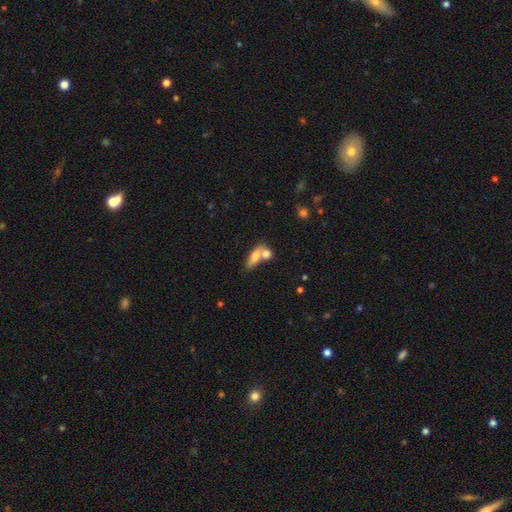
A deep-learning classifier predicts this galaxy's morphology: Smooth or featured: smooth — 74% (featured or disk — 18%)
How rounded: in between — 68% (cigar-shaped — 22%)
Merging: merger — 54% (none — 30%)